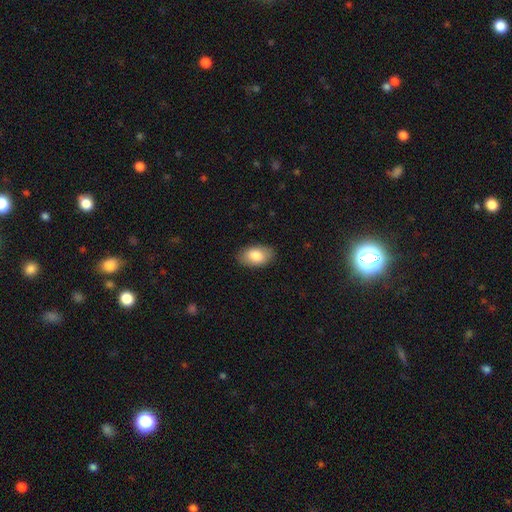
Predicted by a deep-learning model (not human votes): Smooth or featured? smooth (83%)
How rounded? in between (93%)
Merging? none (86%)